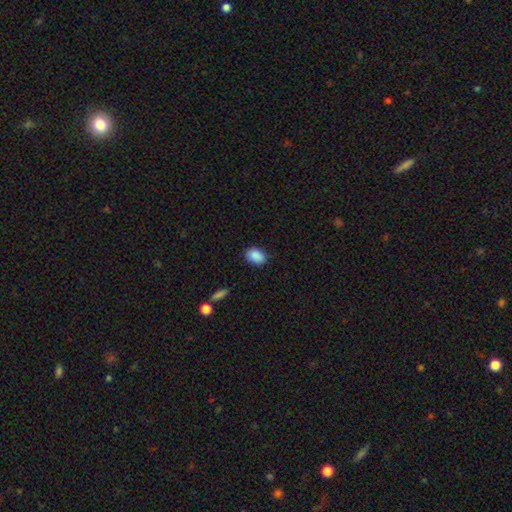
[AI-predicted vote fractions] Smooth or featured? smooth (89%)
How rounded? in between (80%)
Merging? none (86%)